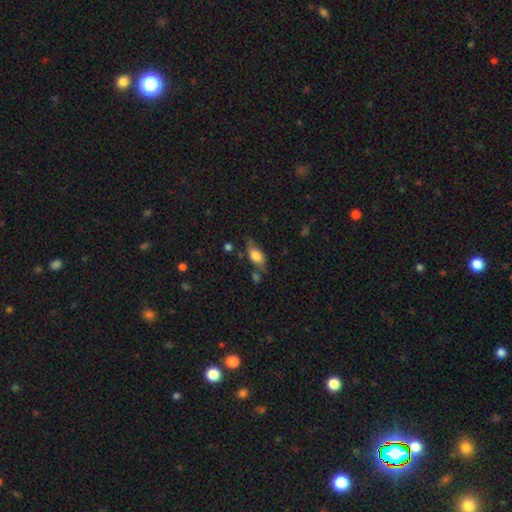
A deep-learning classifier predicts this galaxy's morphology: A smooth galaxy with no disk features (63%) that is in between round and cigar-shaped (79%).

Vote fractions:
- Smooth or featured? smooth: 63% / featured or disk: 30% / star or artifact: 8%
- How rounded? in between: 79% / cigar-shaped: 14% / round: 7%
- Merging? none: 64% / minor disturbance: 23% / major disturbance: 7% / merger: 6%